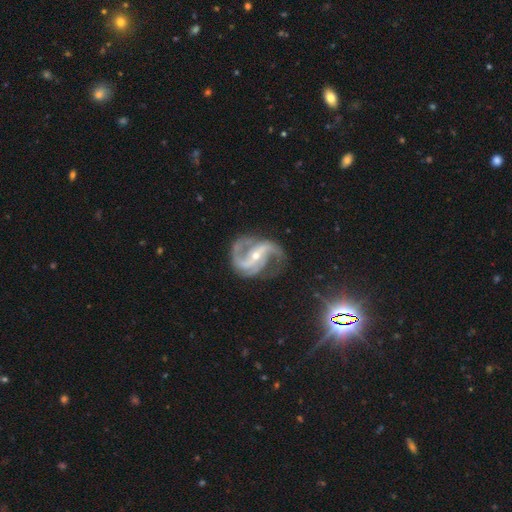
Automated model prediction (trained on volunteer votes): featured or disk 92%, star or artifact 5%, smooth 3%. Down the decision tree: edge-on disk — no (98%); bar — strong (48%); spiral arms — yes (98%); spiral arm count — 2 (70%); spiral winding — medium (54%); bulge size — small (64%); merging — none (65%).